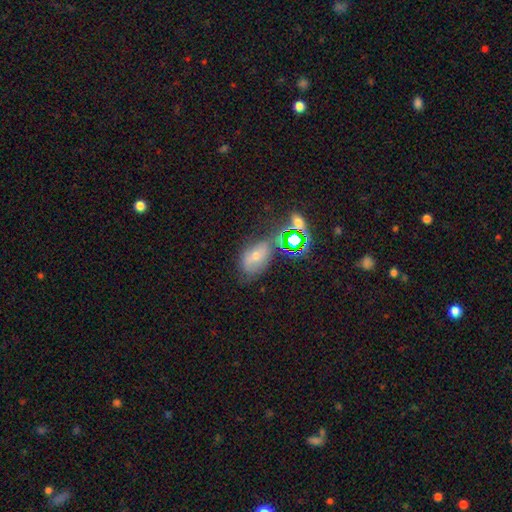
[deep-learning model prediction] Smooth or featured? Predicted: smooth (p=0.35). Merging? Predicted: none (p=0.54).